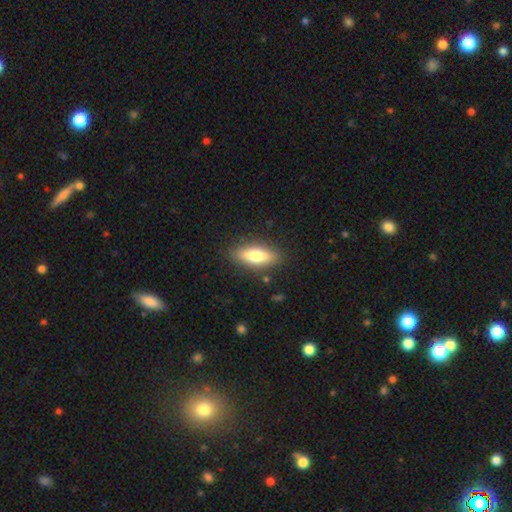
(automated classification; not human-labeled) Overall: smooth (71%). How rounded: in between (63%; cigar-shaped 35%). Merging: none (86%).